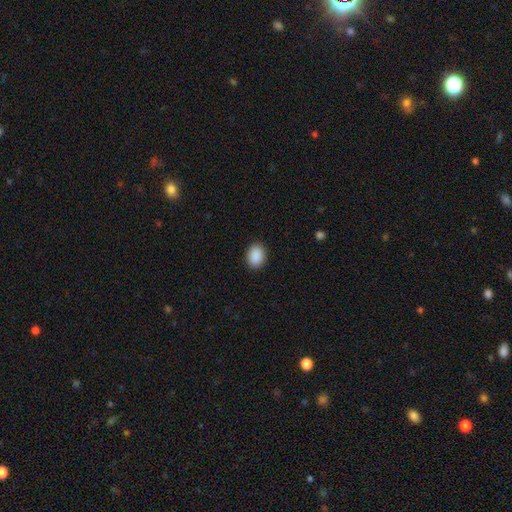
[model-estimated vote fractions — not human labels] The model was most divided on "how rounded": in between: 65%, round: 34%, cigar-shaped: 1%. More confident: smooth or featured — smooth (90%); merging — none (90%).